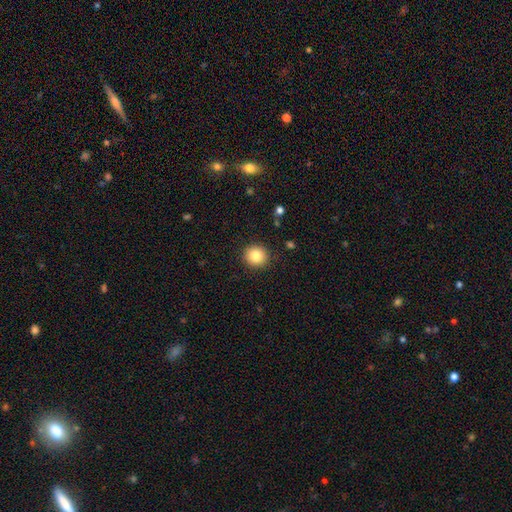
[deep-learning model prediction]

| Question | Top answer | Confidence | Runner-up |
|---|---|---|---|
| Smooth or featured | smooth | 84% | star or artifact (10%) |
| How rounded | round | 91% | in between (8%) |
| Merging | none | 91% | minor disturbance (6%) |